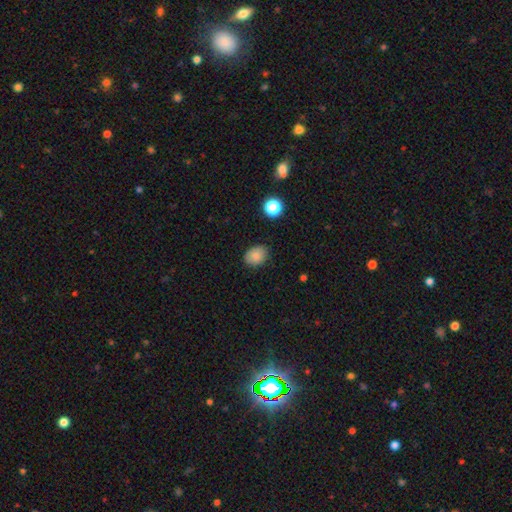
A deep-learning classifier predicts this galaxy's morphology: Smooth or featured? smooth (83%)
How rounded? in between (61%)
Merging? none (83%)